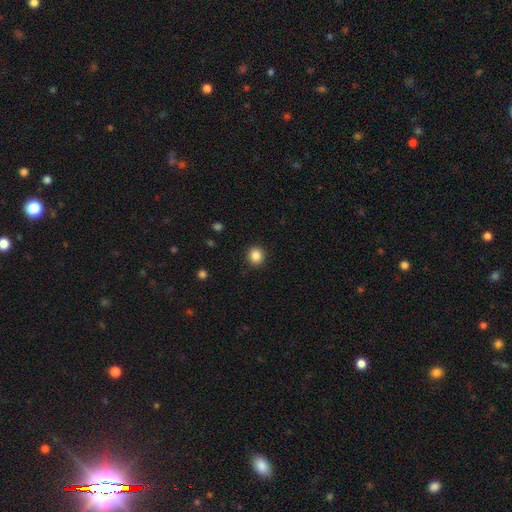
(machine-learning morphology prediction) smooth 86%, star or artifact 10%, featured or disk 4%. Down the decision tree: how rounded — round (87%); merging — none (91%).